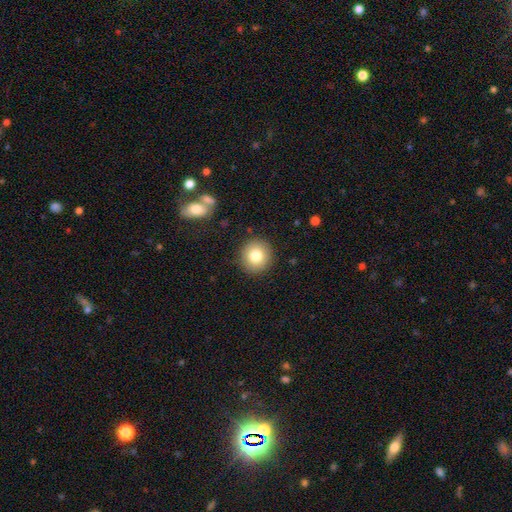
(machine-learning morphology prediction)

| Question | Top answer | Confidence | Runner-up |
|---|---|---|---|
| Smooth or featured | smooth | 80% | featured or disk (10%) |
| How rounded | round | 92% | in between (7%) |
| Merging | none | 90% | minor disturbance (6%) |